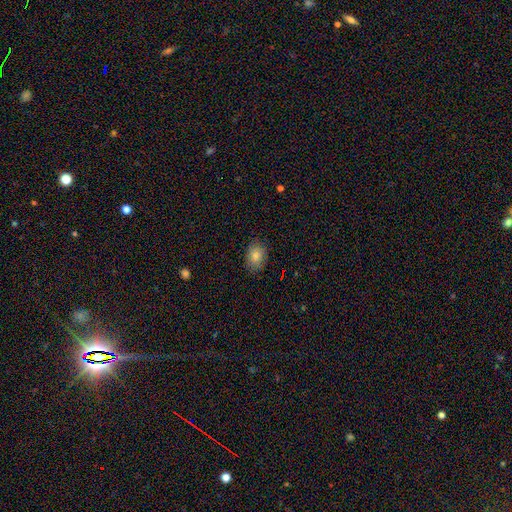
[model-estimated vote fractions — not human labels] Q: Smooth or featured?
A: smooth (83%); runner-up: star or artifact (9%)
Q: How rounded?
A: in between (67%); runner-up: round (32%)
Q: Merging?
A: none (82%); runner-up: minor disturbance (14%)